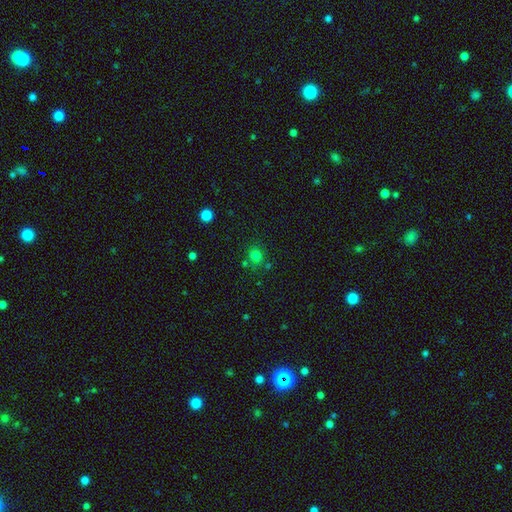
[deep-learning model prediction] smooth-or-featured: smooth: 76% | star or artifact: 18% | featured or disk: 6%
  how-rounded: round: 85% | in between: 14% | cigar-shaped: 1%
  merging: none: 74% | merger: 11% | minor disturbance: 11% | major disturbance: 4%